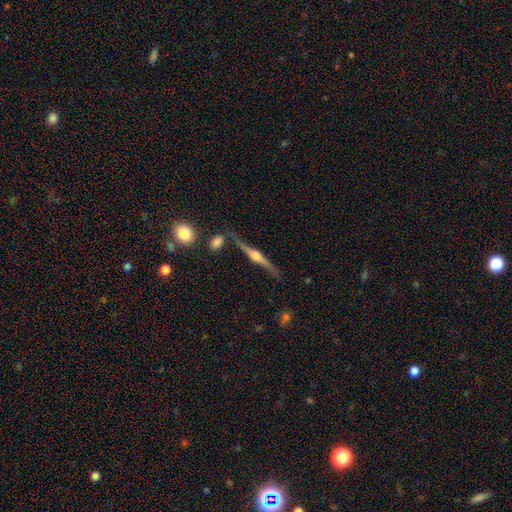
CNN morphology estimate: smooth-or-featured: featured or disk: 85% | smooth: 9% | star or artifact: 6%
  disk-edge-on: yes: 96% | no: 4%
    edge-on-bulge: rounded: 92% | boxy: 6% | none: 2%
  merging: none: 78% | minor disturbance: 14% | merger: 5% | major disturbance: 4%